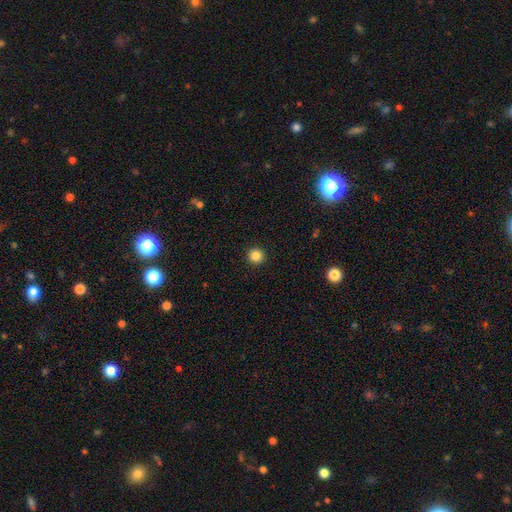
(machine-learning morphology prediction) A smooth galaxy with no disk features (84%) that is round (96%). Merging: none (94%).